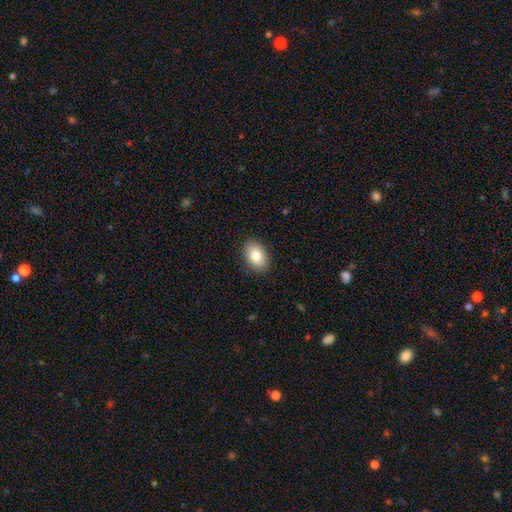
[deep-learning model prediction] Morphology: type=smooth (82%); roundness=in between (88%); merging=none (89%).